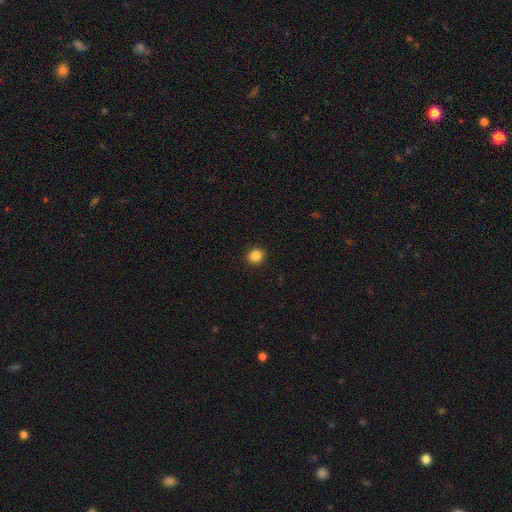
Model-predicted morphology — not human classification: type=smooth (86%); roundness=round (82%); merging=none (92%).